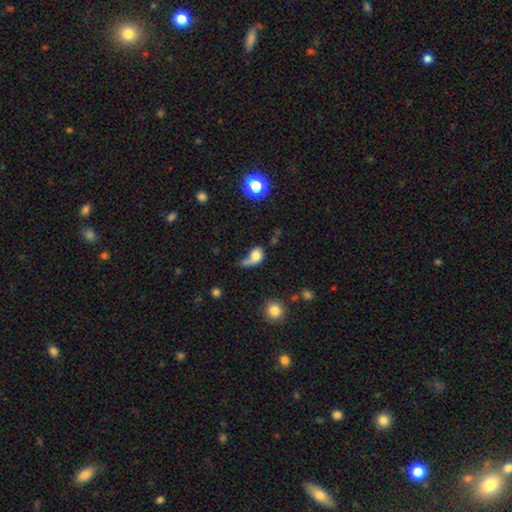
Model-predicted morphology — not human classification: Smooth or featured?
  - smooth: 66% *
  - featured or disk: 22%
  - star or artifact: 12%
How rounded?
  - in between: 52% *
  - round: 44%
  - cigar-shaped: 4%
Merging?
  - major disturbance: 39% *
  - none: 24%
  - minor disturbance: 20%
  - merger: 18%